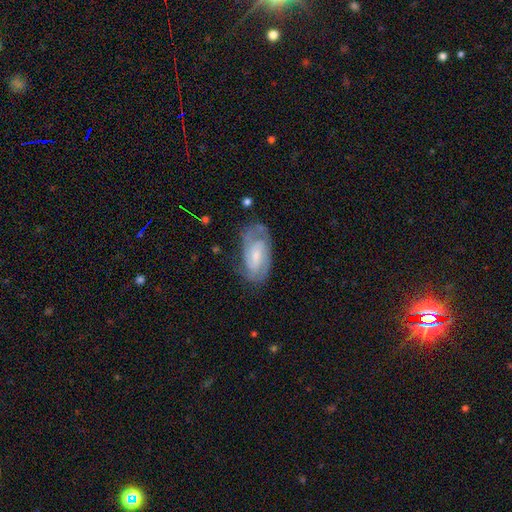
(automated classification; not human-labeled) Smooth or featured?
  - featured or disk: 74% *
  - smooth: 20%
  - star or artifact: 6%
Edge-on disk?
  - no: 96% *
  - yes: 4%
Bar?
  - weak: 47% *
  - no: 40%
  - strong: 13%
Spiral arms?
  - yes: 91% *
  - no: 9%
Spiral winding?
  - tight: 47% *
  - medium: 41%
  - loose: 12%
Spiral arm count?
  - 2: 65% *
  - can't tell: 20%
  - 3: 8%
  - 1: 5%
  - 4: 2%
  - more than 4: 2%
Bulge size?
  - small: 50% *
  - moderate: 34%
  - none: 10%
  - large: 5%
  - dominant: 1%
Merging?
  - none: 65% *
  - minor disturbance: 23%
  - major disturbance: 10%
  - merger: 2%